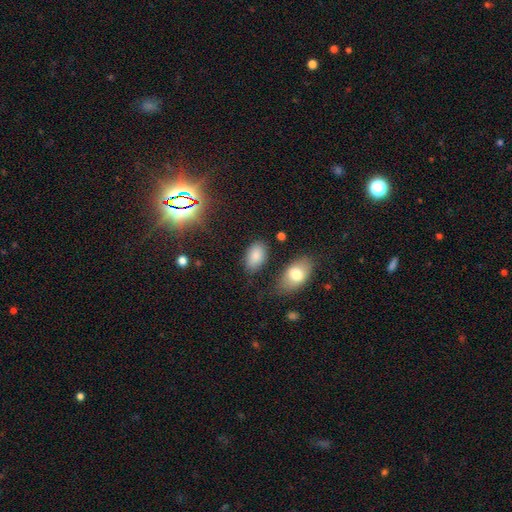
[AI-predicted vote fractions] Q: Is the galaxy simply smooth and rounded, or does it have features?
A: smooth — 85%.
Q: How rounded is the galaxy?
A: in between — 91%.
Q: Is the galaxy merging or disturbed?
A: none — 76%.